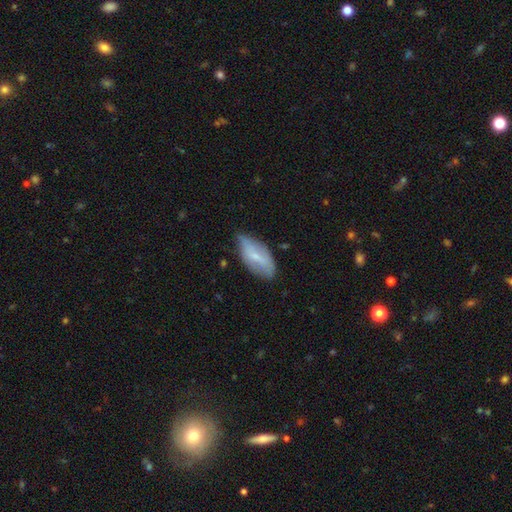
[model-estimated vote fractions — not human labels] smooth 54%, featured or disk 39%, star or artifact 7%. Down the decision tree: how rounded — in between (89%); merging — none (55%).